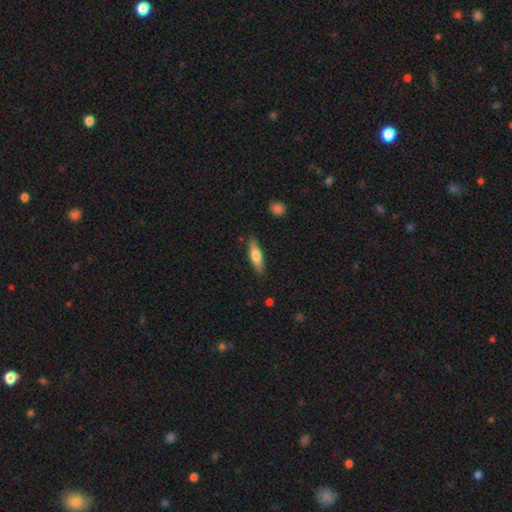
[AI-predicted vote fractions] This appears to be a smooth galaxy with no disk features (64%) that is cigar-shaped (60%). Merging: none (87%).